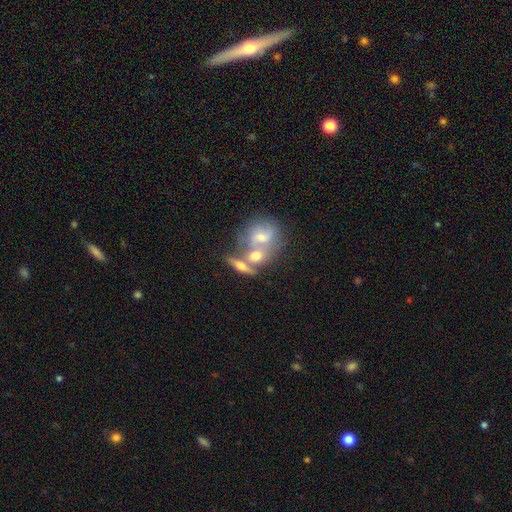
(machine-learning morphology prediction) The model was most divided on "smooth or featured": featured or disk: 47%, smooth: 45%, star or artifact: 9%. More confident: merging — merger (53%).